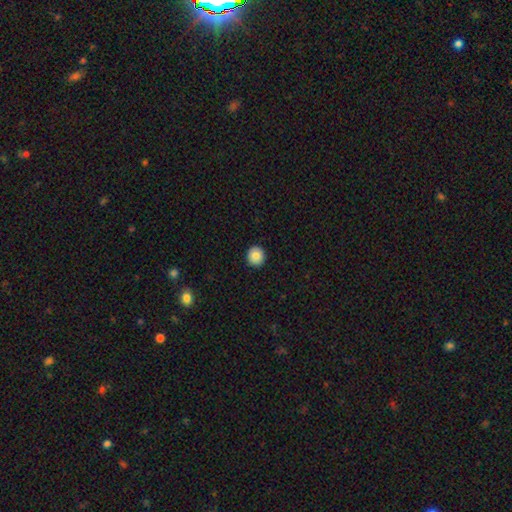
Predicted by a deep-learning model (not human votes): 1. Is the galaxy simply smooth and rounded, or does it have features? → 86% smooth, 8% star or artifact, 6% featured or disk.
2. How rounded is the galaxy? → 91% round, 9% in between, 1% cigar-shaped.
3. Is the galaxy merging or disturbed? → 93% none, 5% minor disturbance, 1% major disturbance, 1% merger.